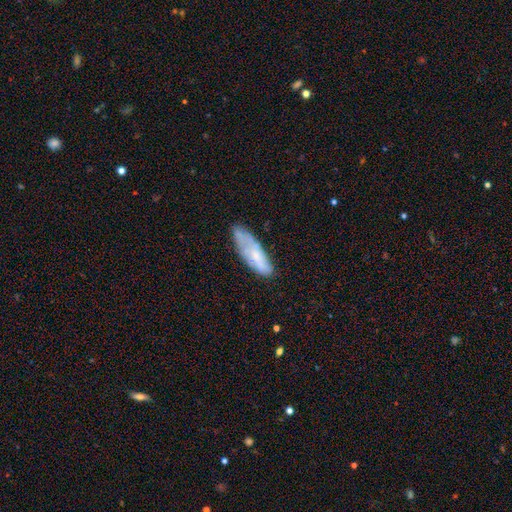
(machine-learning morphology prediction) Smooth or featured? smooth (53%)
How rounded? cigar-shaped (50%)
Merging? none (56%)